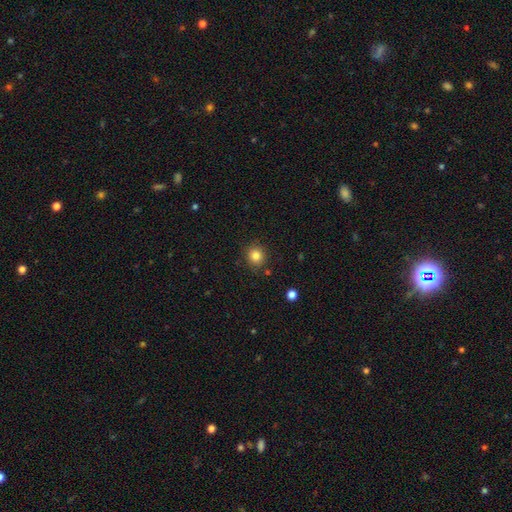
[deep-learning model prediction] Smooth or featured: smooth — 83% (star or artifact — 11%)
How rounded: round — 87% (in between — 13%)
Merging: none — 86% (minor disturbance — 9%)